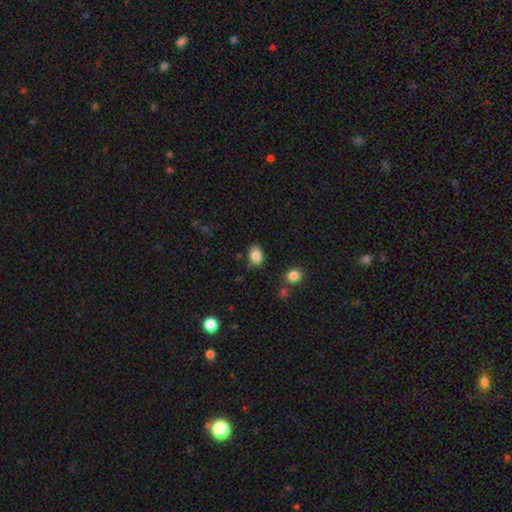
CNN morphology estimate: Smooth or featured? Predicted: smooth (p=0.86). How rounded? Predicted: in between (p=0.70). Merging? Predicted: none (p=0.76).